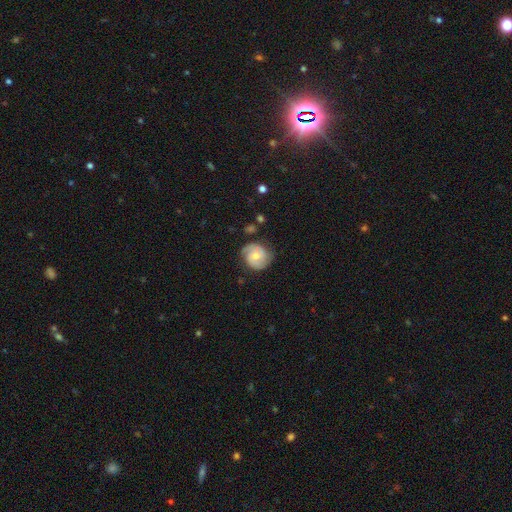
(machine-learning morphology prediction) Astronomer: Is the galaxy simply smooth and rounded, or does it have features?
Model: featured or disk — 66%.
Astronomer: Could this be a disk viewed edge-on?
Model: no — 98%.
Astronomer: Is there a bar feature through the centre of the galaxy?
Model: no — 60% (runner-up: weak, 35%).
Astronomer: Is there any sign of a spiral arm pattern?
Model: yes — 92%.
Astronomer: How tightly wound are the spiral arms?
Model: tight — 46% (runner-up: medium, 41%).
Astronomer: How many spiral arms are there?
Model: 2 — 76%.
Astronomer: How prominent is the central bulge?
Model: moderate — 47% (runner-up: small, 46%).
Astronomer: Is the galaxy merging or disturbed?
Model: none — 74%.